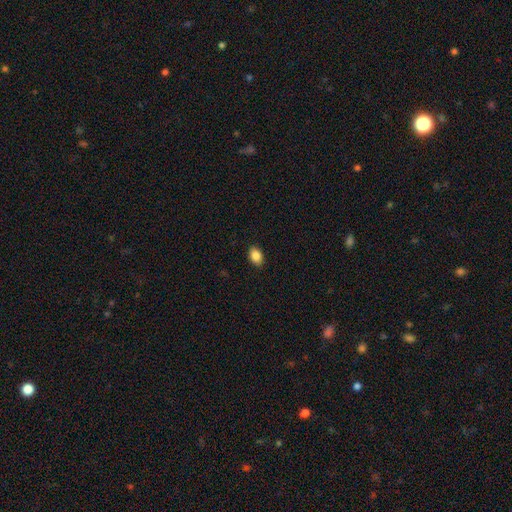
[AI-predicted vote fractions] Q: Smooth or featured?
A: smooth (87%); runner-up: star or artifact (8%)
Q: How rounded?
A: in between (83%); runner-up: round (16%)
Q: Merging?
A: none (89%); runner-up: minor disturbance (8%)